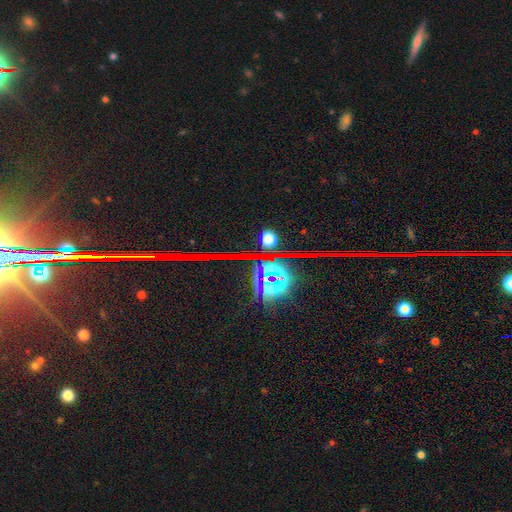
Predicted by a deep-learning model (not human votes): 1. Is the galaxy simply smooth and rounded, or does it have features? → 85% star or artifact, 8% featured or disk, 8% smooth.